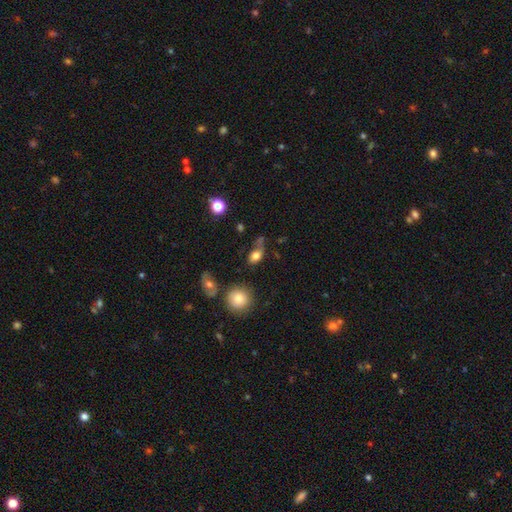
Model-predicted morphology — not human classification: type=smooth (74%); roundness=in between (73%); merging=none (37%).